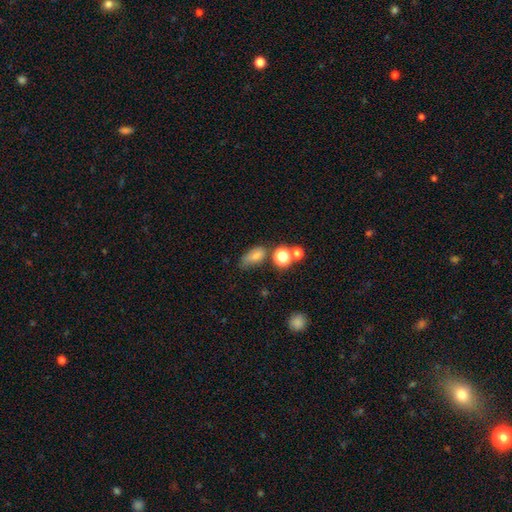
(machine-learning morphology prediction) This appears to be a smooth galaxy with no disk features (76%) that is in between round and cigar-shaped (80%). Merging: none (53%).